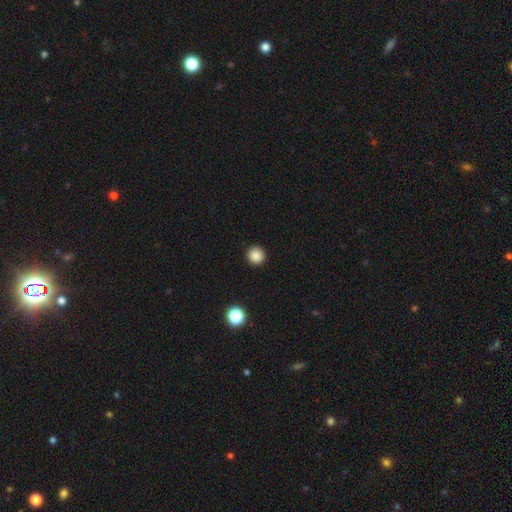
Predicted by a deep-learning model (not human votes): Smooth or featured? Predicted: smooth (p=0.87). How rounded? Predicted: round (p=0.95). Merging? Predicted: none (p=0.93).